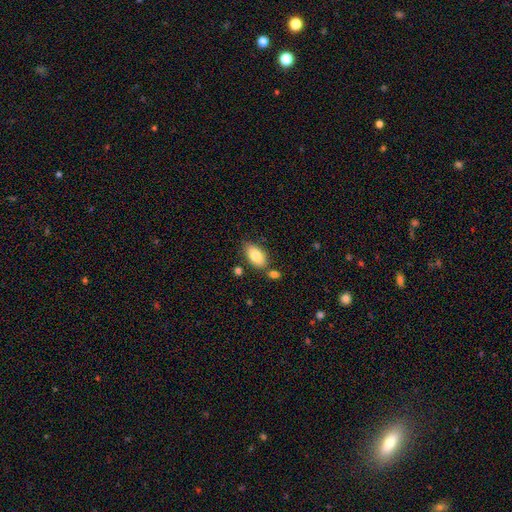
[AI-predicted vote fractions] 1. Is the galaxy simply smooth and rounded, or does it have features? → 82% smooth, 11% featured or disk, 7% star or artifact.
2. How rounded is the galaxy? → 93% in between, 4% round, 2% cigar-shaped.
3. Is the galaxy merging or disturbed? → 72% none, 14% minor disturbance, 11% merger, 3% major disturbance.